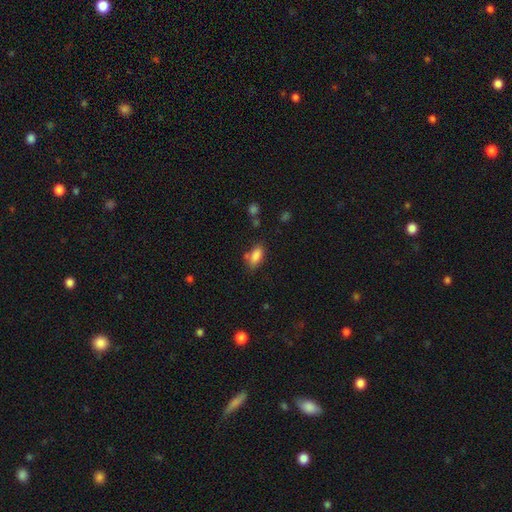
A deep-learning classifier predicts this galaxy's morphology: smooth_or_featured: smooth (p=0.85) [alt: star or artifact p=0.09]
how_rounded: in between (p=0.87) [alt: cigar-shaped p=0.09]
merging: none (p=0.68) [alt: minor disturbance p=0.18]